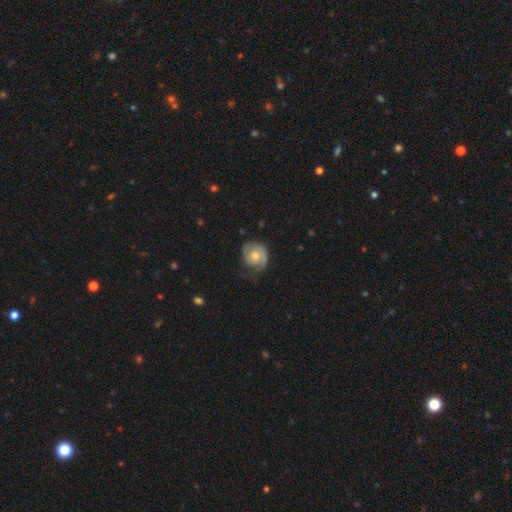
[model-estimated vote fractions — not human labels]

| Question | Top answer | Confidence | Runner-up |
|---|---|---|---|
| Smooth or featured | featured or disk | 70% | smooth (25%) |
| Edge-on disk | no | 98% | yes (2%) |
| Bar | no | 70% | weak (26%) |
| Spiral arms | yes | 91% | no (9%) |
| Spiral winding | tight | 50% | medium (35%) |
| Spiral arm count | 2 | 54% | 1 (28%) |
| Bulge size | moderate | 60% | small (28%) |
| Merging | none | 58% | minor disturbance (26%) |